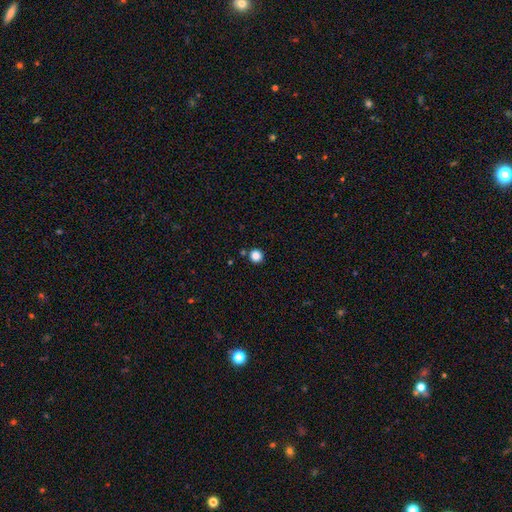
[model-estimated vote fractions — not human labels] smooth_or_featured: smooth (p=0.85) [alt: star or artifact p=0.12]
how_rounded: round (p=0.94) [alt: in between p=0.05]
merging: none (p=0.87) [alt: minor disturbance p=0.06]